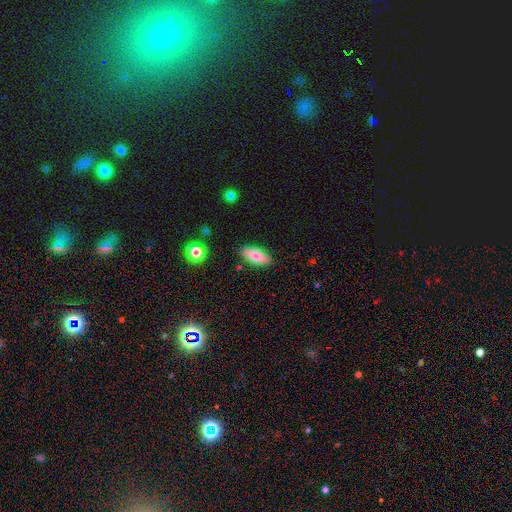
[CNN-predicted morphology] Smooth or featured? smooth (77%)
How rounded? in between (84%)
Merging? none (85%)